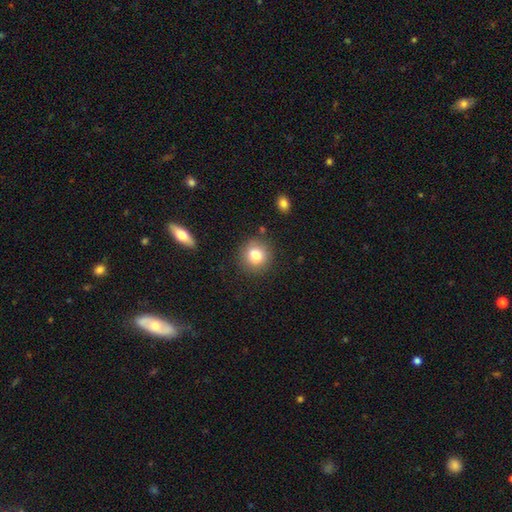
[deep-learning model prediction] This is likely a smooth galaxy (80%). How rounded: clearly round (89%). Merging: clearly none (86%).